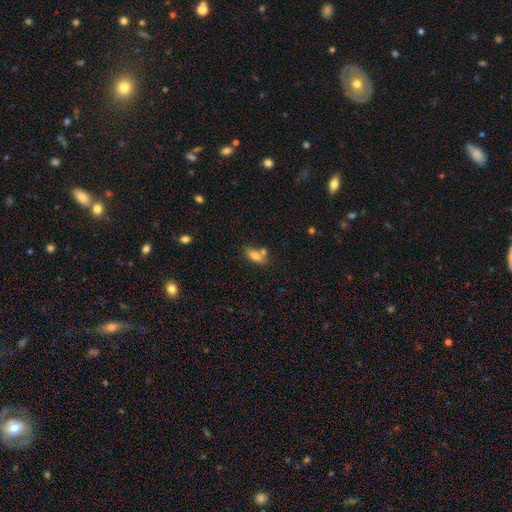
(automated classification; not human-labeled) Q: Smooth or featured?
A: smooth (71%); runner-up: featured or disk (20%)
Q: How rounded?
A: in between (74%); runner-up: cigar-shaped (22%)
Q: Merging?
A: none (59%); runner-up: merger (23%)